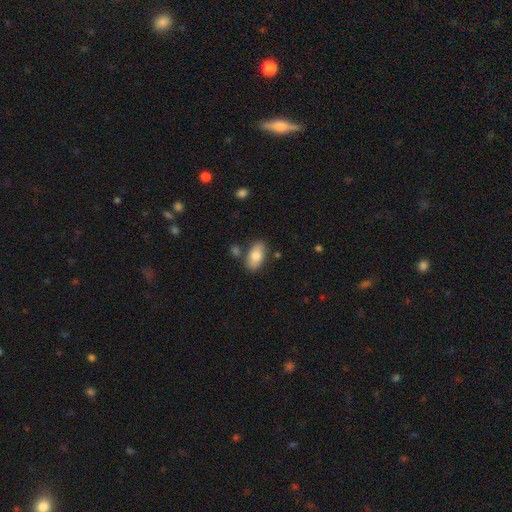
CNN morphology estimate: Smooth or featured? smooth (79%)
How rounded? in between (92%)
Merging? none (78%)